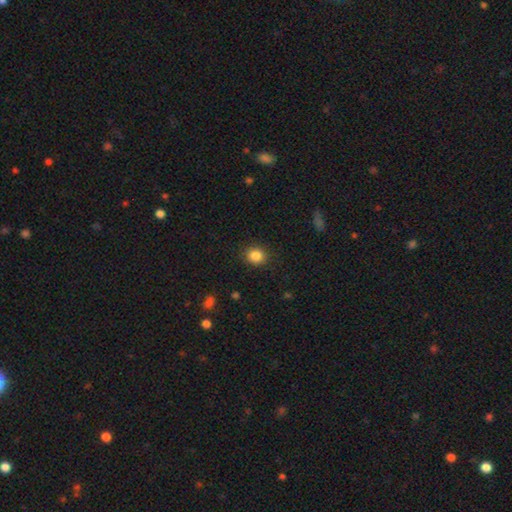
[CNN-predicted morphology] Smooth or featured: smooth — 85% (star or artifact — 10%)
How rounded: round — 75% (in between — 24%)
Merging: none — 89% (minor disturbance — 7%)